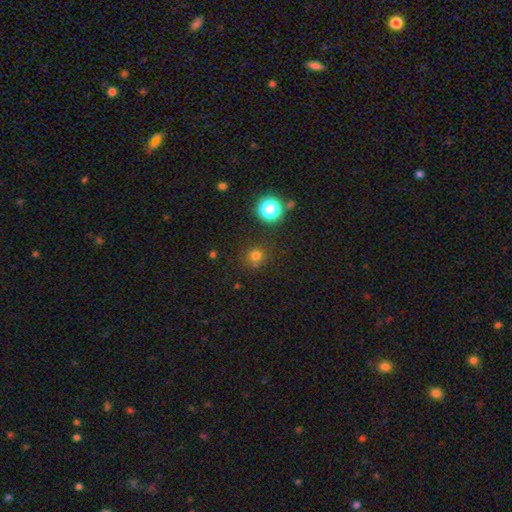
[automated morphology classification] Smooth or featured? Predicted: smooth (p=0.70). How rounded? Predicted: round (p=0.92). Merging? Predicted: none (p=0.77).